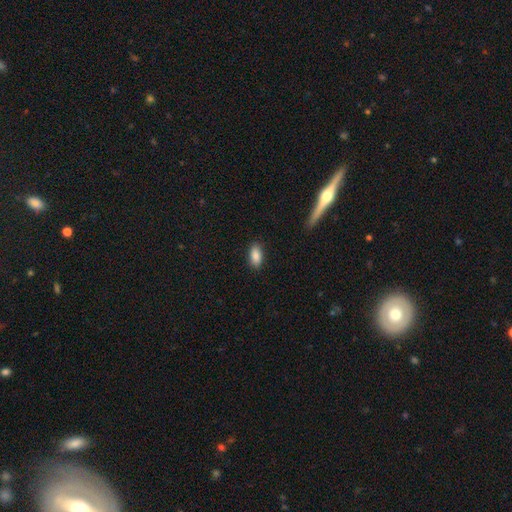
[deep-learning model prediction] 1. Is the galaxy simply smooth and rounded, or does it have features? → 88% smooth, 7% star or artifact, 5% featured or disk.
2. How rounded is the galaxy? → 91% in between, 5% cigar-shaped, 3% round.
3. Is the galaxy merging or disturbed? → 88% none, 9% minor disturbance, 2% major disturbance, 1% merger.